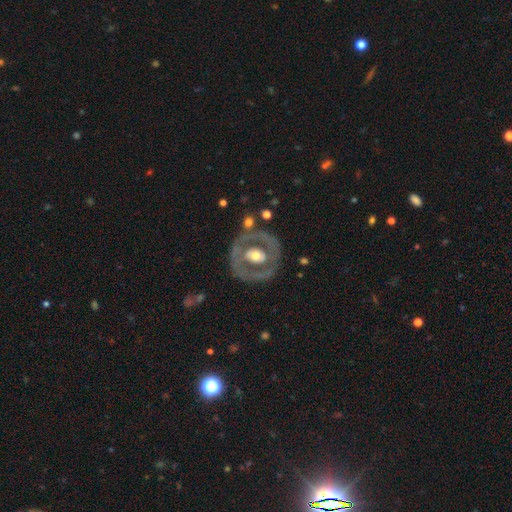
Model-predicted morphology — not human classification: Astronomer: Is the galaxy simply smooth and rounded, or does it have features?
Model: featured or disk — 64%.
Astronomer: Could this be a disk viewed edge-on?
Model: no — 95%.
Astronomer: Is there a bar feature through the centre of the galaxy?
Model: no — 73%.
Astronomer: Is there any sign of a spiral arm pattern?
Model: no — 83%.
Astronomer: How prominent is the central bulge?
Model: moderate — 65%.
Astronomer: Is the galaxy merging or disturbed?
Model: none — 74%.